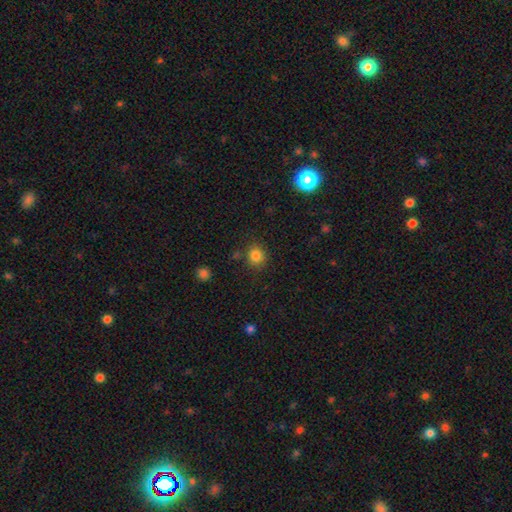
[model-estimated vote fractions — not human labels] Smooth or featured: smooth — 81% (star or artifact — 13%)
How rounded: round — 83% (in between — 16%)
Merging: none — 82% (minor disturbance — 10%)